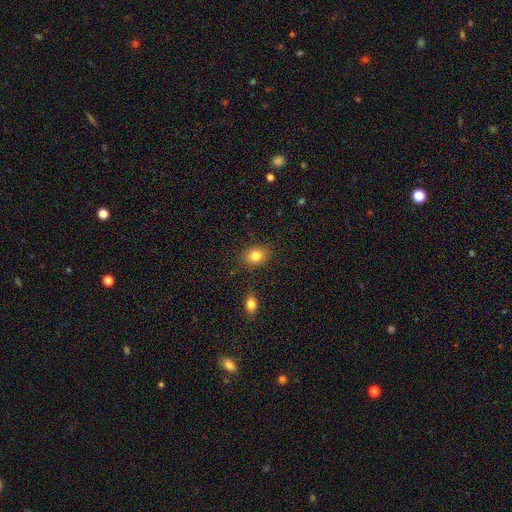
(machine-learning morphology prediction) A smooth galaxy with no disk features (83%) that is in between round and cigar-shaped (51%). Merging: none (83%).